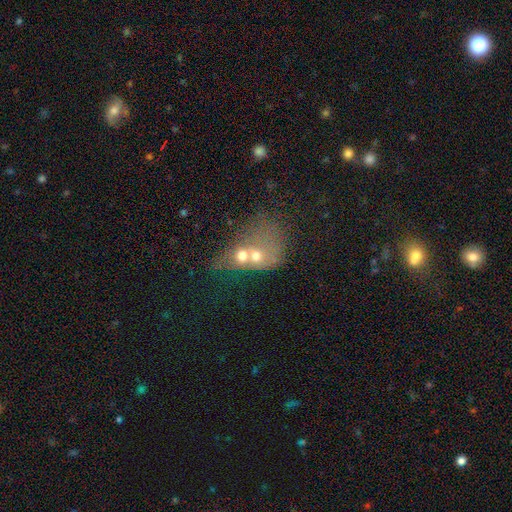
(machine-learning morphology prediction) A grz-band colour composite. It shows a smooth galaxy with no disk features (51%) that is round (50%). Merging: merger (77%).